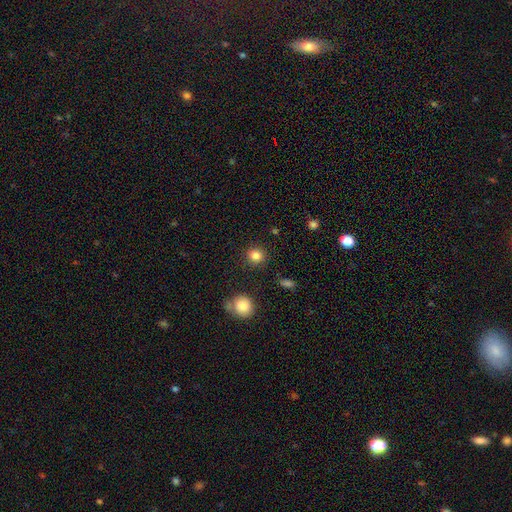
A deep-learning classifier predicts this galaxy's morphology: smooth_or_featured: smooth (p=0.85) [alt: star or artifact p=0.11]
how_rounded: round (p=0.91) [alt: in between p=0.08]
merging: none (p=0.89) [alt: minor disturbance p=0.06]